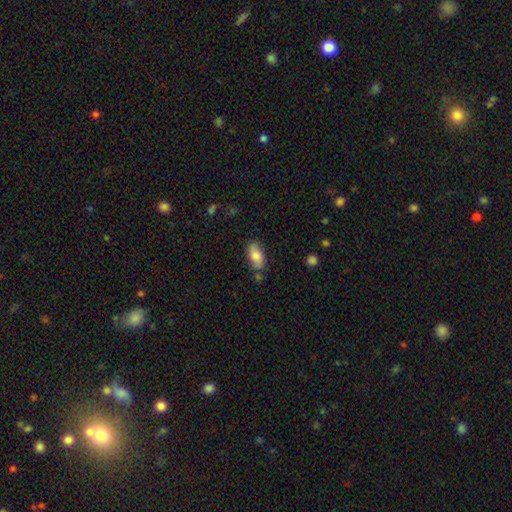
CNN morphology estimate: smooth_or_featured: smooth (p=0.78) [alt: featured or disk p=0.15]
how_rounded: in between (p=0.91) [alt: cigar-shaped p=0.05]
merging: none (p=0.72) [alt: minor disturbance p=0.19]